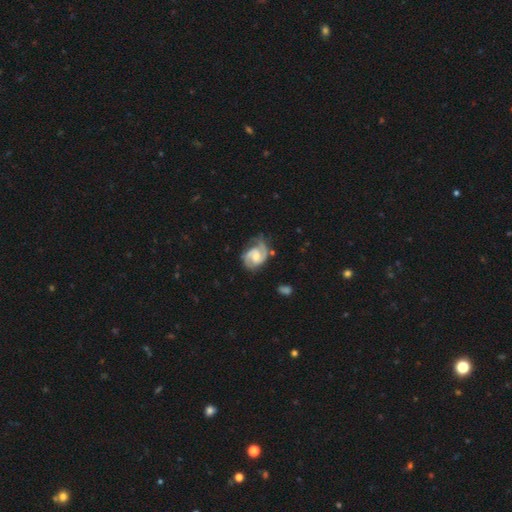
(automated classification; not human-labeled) Smooth or featured?
  - featured or disk: 85% *
  - smooth: 10%
  - star or artifact: 5%
Edge-on disk?
  - no: 98% *
  - yes: 2%
Bar?
  - weak: 50% *
  - no: 37%
  - strong: 13%
Spiral arms?
  - yes: 96% *
  - no: 4%
Spiral winding?
  - medium: 47% *
  - tight: 39%
  - loose: 14%
Spiral arm count?
  - 2: 85% *
  - can't tell: 5%
  - 1: 5%
  - 3: 3%
  - 4: 1%
  - more than 4: 1%
Bulge size?
  - moderate: 48% *
  - small: 31%
  - none: 11%
  - large: 9%
  - dominant: 1%
Merging?
  - none: 61% *
  - minor disturbance: 25%
  - major disturbance: 11%
  - merger: 3%